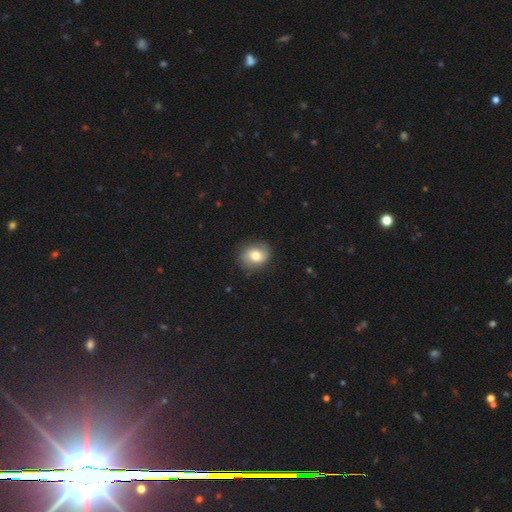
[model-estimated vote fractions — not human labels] This appears to be a smooth galaxy with no disk features (74%) that is round (59%). Merging: none (82%).